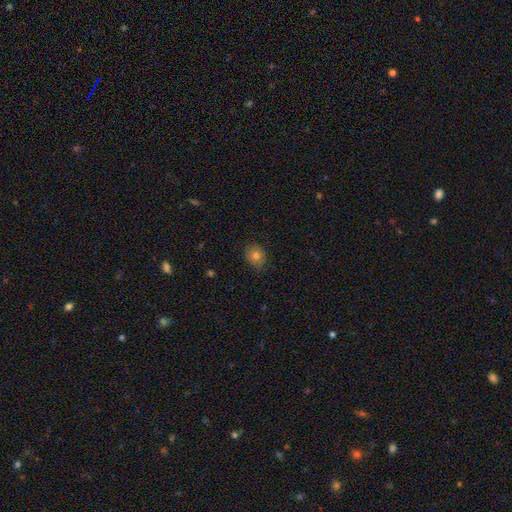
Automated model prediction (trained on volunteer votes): Smooth or featured? Predicted: smooth (p=0.81). How rounded? Predicted: round (p=0.63). Merging? Predicted: none (p=0.83).